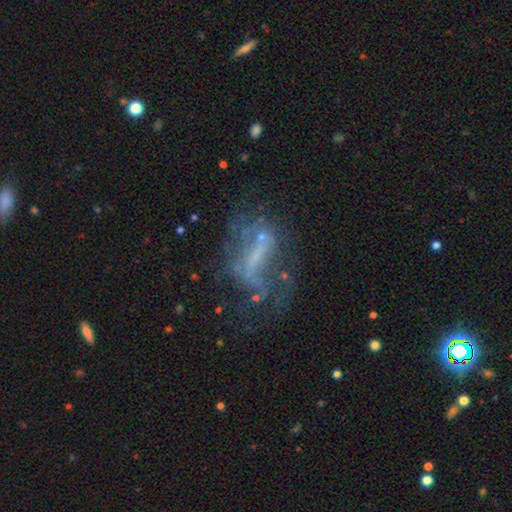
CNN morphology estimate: This appears to be a featured or disk galaxy (63%) with no bar (36%), no spiral arms (61%) and no central bulge (58%). Merging: none (38%).